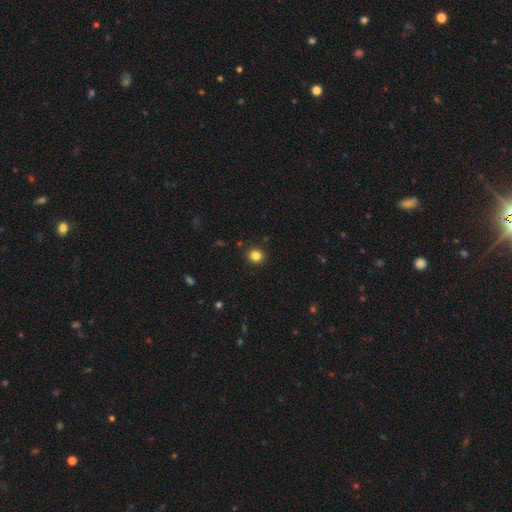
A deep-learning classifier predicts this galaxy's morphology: Smooth or featured: smooth — 83% (star or artifact — 12%)
How rounded: round — 87% (in between — 12%)
Merging: none — 91% (minor disturbance — 6%)